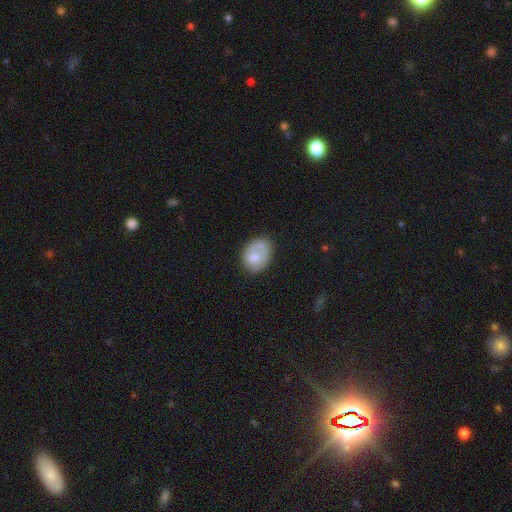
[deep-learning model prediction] A smooth galaxy with no disk features (62%) that is in between round and cigar-shaped (66%). Merging: none (62%).